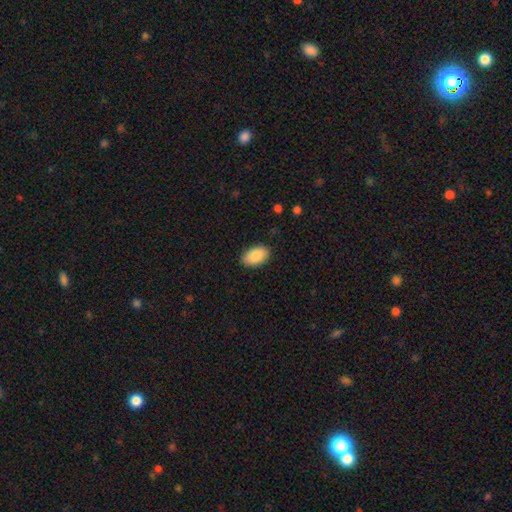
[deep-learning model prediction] Q: Smooth or featured?
A: smooth (87%); runner-up: featured or disk (7%)
Q: How rounded?
A: in between (93%); runner-up: round (5%)
Q: Merging?
A: none (88%); runner-up: minor disturbance (9%)